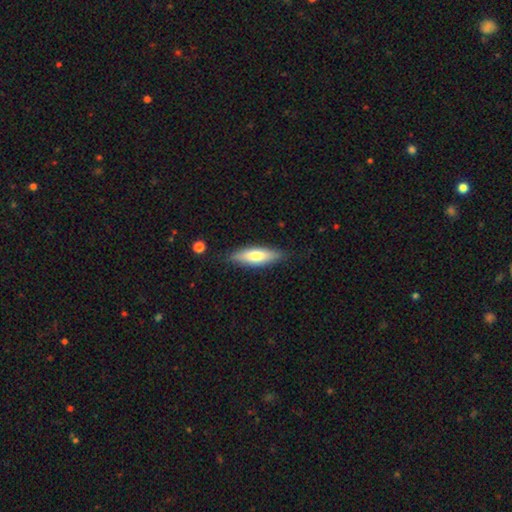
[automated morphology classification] smooth-or-featured: smooth: 67% | featured or disk: 27% | star or artifact: 6%
  how-rounded: cigar-shaped: 53% | in between: 45% | round: 2%
  merging: none: 84% | minor disturbance: 12% | major disturbance: 2% | merger: 2%